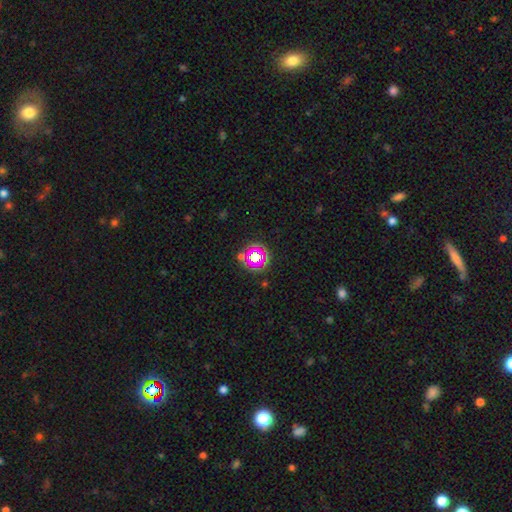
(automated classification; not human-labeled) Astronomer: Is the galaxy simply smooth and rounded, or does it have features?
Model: star or artifact — 53% (runner-up: smooth, 31%).